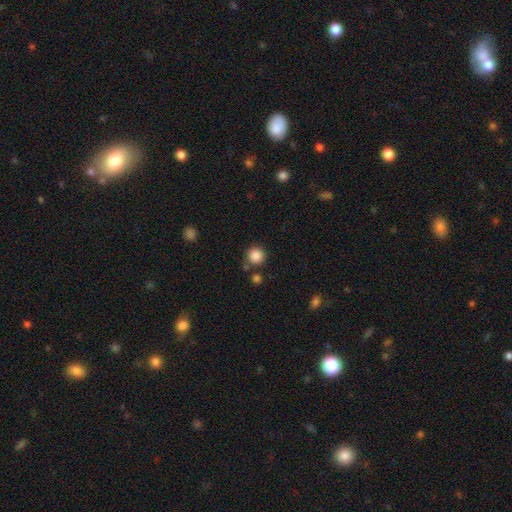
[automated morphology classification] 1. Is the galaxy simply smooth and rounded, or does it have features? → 86% smooth, 10% star or artifact, 4% featured or disk.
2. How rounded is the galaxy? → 94% round, 5% in between, 1% cigar-shaped.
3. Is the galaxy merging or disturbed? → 80% none, 9% minor disturbance, 8% merger, 3% major disturbance.